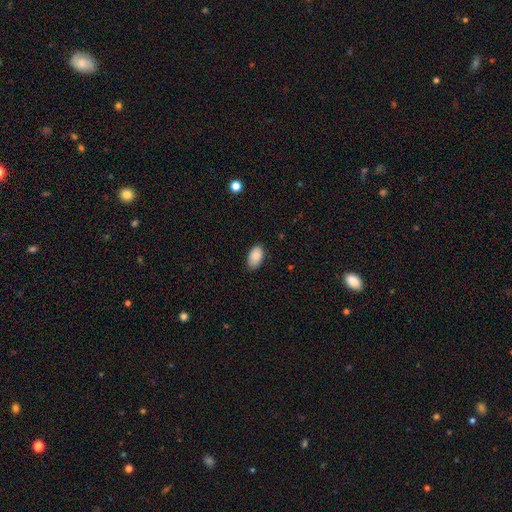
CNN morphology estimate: Smooth or featured? Predicted: smooth (p=0.89). How rounded? Predicted: in between (p=0.94). Merging? Predicted: none (p=0.79).